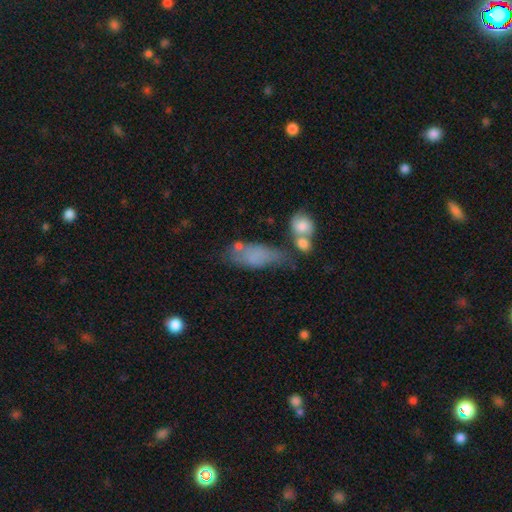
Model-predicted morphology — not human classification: Smooth or featured: smooth — 68% (featured or disk — 22%)
How rounded: in between — 74% (cigar-shaped — 20%)
Merging: none — 37% (minor disturbance — 25%)